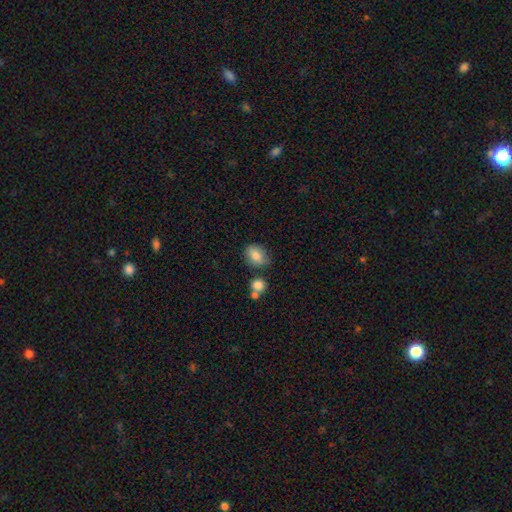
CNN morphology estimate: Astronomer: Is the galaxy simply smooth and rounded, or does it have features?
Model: smooth — 80%.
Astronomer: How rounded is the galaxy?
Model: in between — 67%.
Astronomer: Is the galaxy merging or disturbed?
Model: none — 70%.